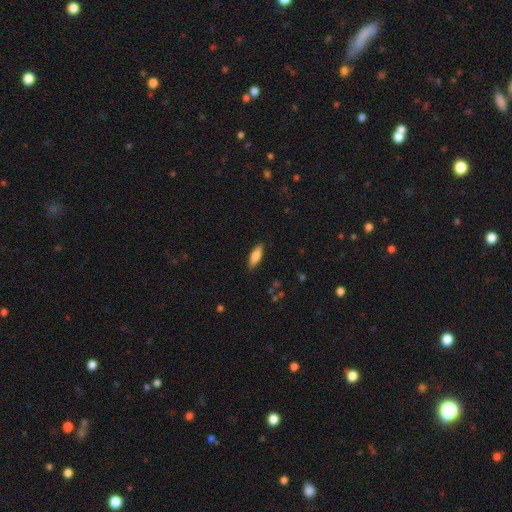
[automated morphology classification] smooth 78%, featured or disk 16%, star or artifact 6%. Down the decision tree: how rounded — in between (55%); merging — none (86%).